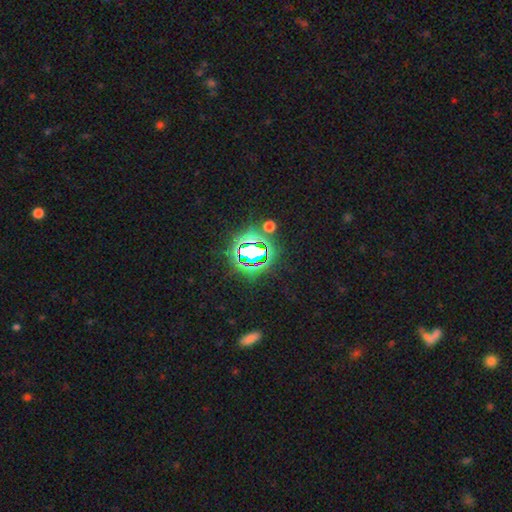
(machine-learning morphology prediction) smooth-or-featured: star or artifact: 74% | smooth: 16% | featured or disk: 10%